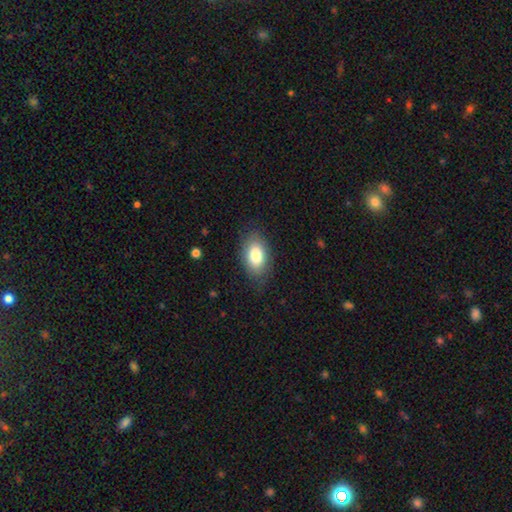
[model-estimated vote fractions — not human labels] Smooth or featured?
  - smooth: 80% *
  - featured or disk: 13%
  - star or artifact: 7%
How rounded?
  - in between: 91% *
  - round: 7%
  - cigar-shaped: 2%
Merging?
  - none: 80% *
  - minor disturbance: 14%
  - major disturbance: 4%
  - merger: 1%